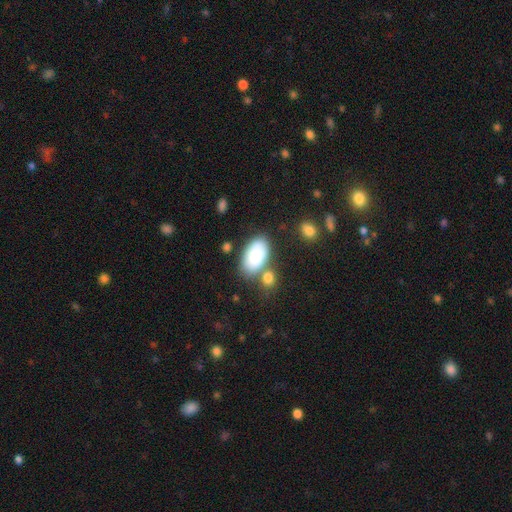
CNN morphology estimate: Q: Smooth or featured?
A: smooth (82%); runner-up: featured or disk (11%)
Q: How rounded?
A: in between (94%); runner-up: round (5%)
Q: Merging?
A: none (58%); runner-up: merger (20%)